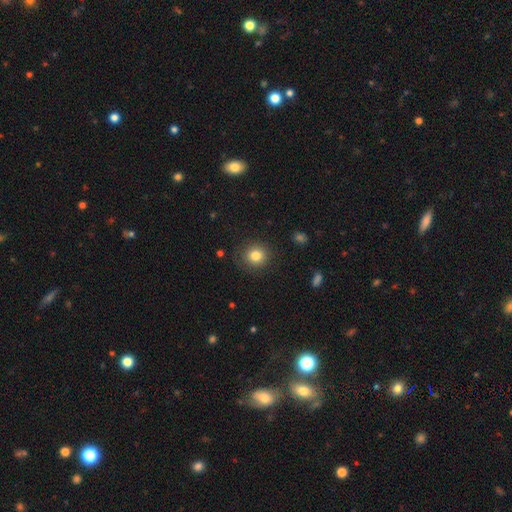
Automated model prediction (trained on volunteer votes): Smooth or featured? smooth (80%)
How rounded? round (89%)
Merging? none (84%)